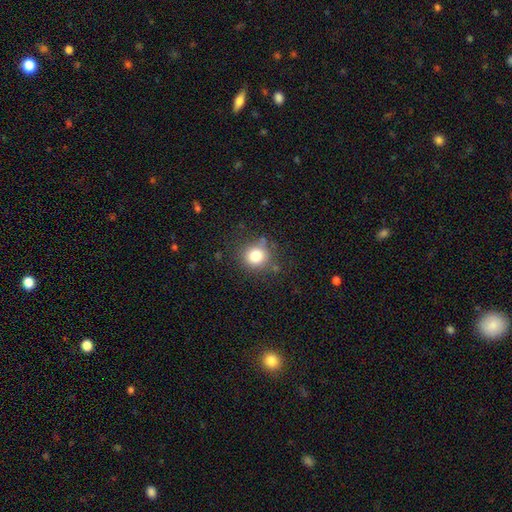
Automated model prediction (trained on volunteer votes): Morphology: type=smooth (80%); roundness=round (88%); merging=none (79%).